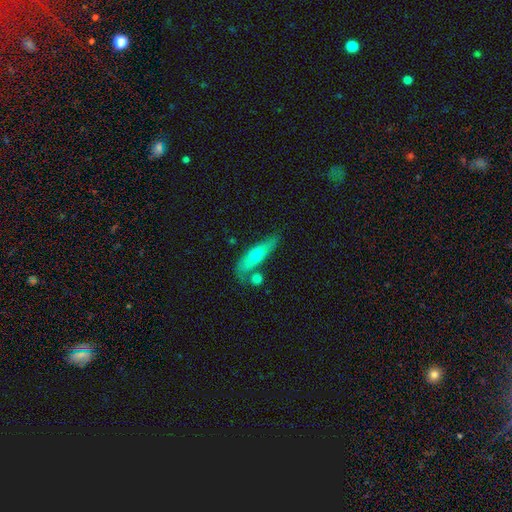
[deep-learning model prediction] A smooth galaxy with no disk features (58%) that is cigar-shaped (68%). Merging: none (64%).